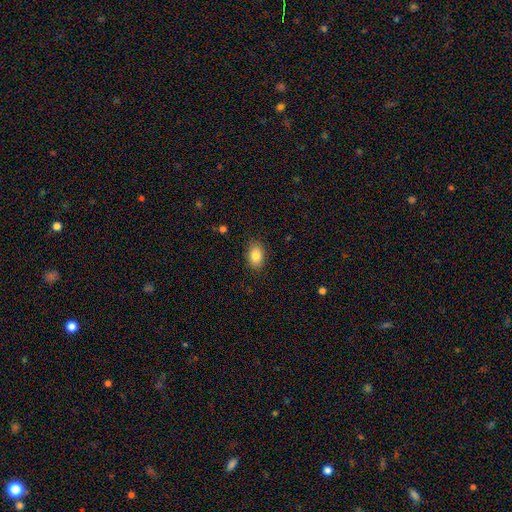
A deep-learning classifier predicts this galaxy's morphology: A smooth galaxy with no disk features (85%) that is in between round and cigar-shaped (83%).

Vote fractions:
- Smooth or featured? smooth: 85% / star or artifact: 8% / featured or disk: 7%
- How rounded? in between: 83% / round: 16% / cigar-shaped: 1%
- Merging? none: 87% / minor disturbance: 10% / major disturbance: 3% / merger: 1%